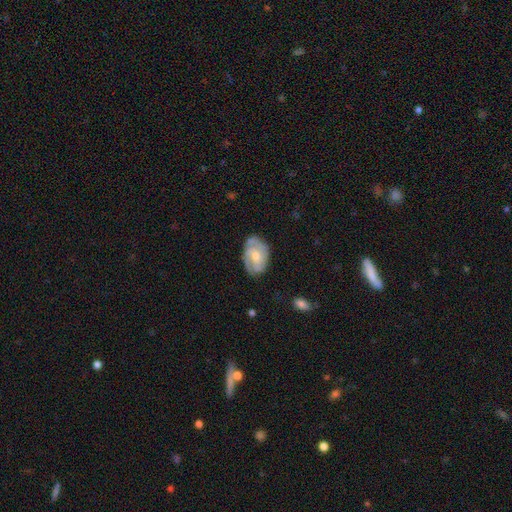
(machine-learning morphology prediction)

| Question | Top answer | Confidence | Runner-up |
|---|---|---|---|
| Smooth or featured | featured or disk | 79% | smooth (16%) |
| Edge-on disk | no | 97% | yes (3%) |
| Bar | no | 58% | weak (36%) |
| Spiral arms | yes | 94% | no (6%) |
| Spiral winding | tight | 53% | medium (38%) |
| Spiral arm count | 2 | 42% | 3 (29%) |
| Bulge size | moderate | 47% | small (46%) |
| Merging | none | 72% | minor disturbance (21%) |